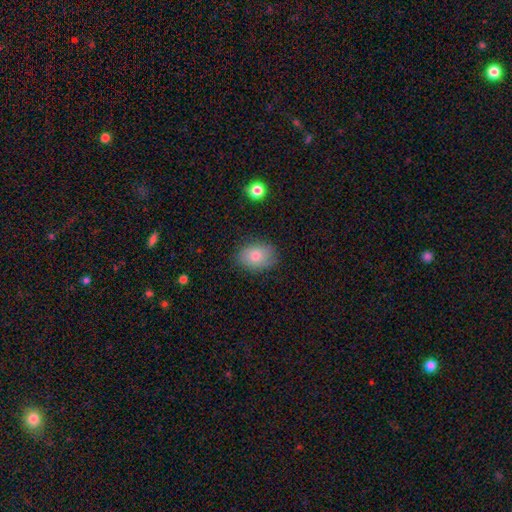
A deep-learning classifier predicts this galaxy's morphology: Smooth or featured: smooth — 80% (featured or disk — 11%)
How rounded: in between — 70% (round — 29%)
Merging: none — 82% (minor disturbance — 14%)